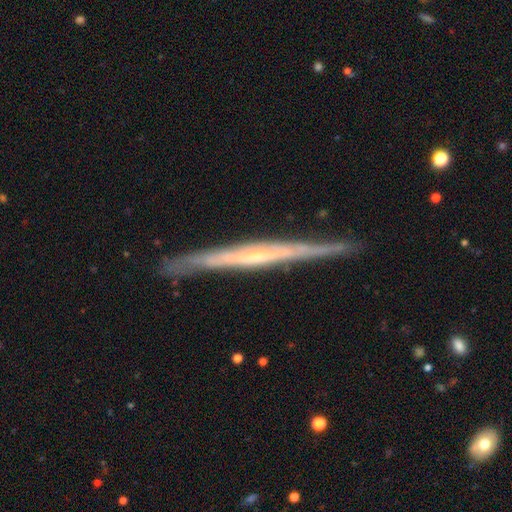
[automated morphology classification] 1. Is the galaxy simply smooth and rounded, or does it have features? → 80% featured or disk, 14% smooth, 5% star or artifact.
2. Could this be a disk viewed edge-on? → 96% yes, 4% no.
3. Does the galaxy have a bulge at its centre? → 55% none, 38% rounded, 7% boxy.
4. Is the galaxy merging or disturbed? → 87% none, 10% minor disturbance, 2% major disturbance, 1% merger.